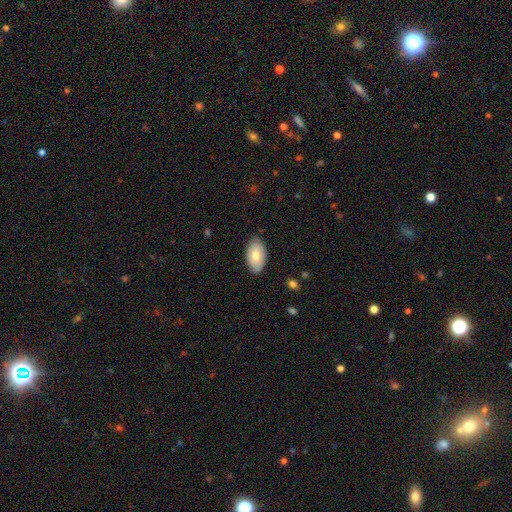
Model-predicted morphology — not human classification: This is likely a smooth galaxy (75%). How rounded: clearly in between (95%). Merging: clearly none (85%).